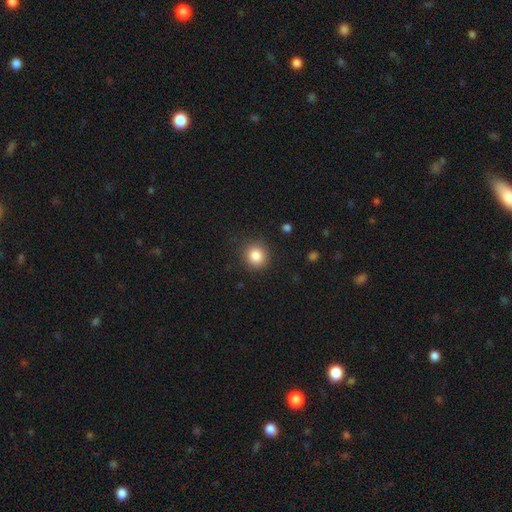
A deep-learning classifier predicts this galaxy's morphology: A smooth galaxy with no disk features (85%) that is round (90%).

Vote fractions:
- Smooth or featured? smooth: 85% / star or artifact: 10% / featured or disk: 5%
- How rounded? round: 90% / in between: 9% / cigar-shaped: 1%
- Merging? none: 87% / minor disturbance: 8% / major disturbance: 3% / merger: 1%